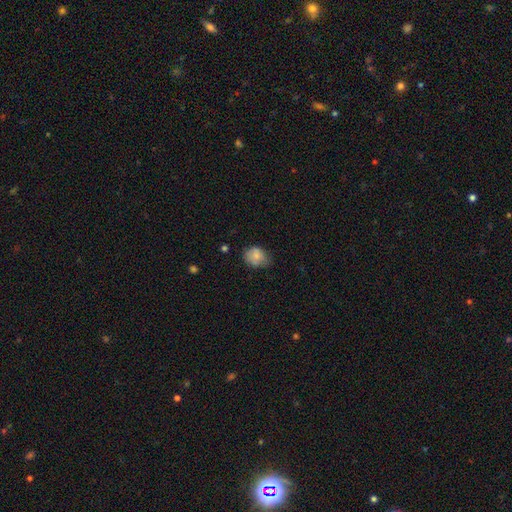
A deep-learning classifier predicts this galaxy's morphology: This is clearly a smooth galaxy (81%). How rounded: possibly in between (52%). Merging: possibly none (58%).